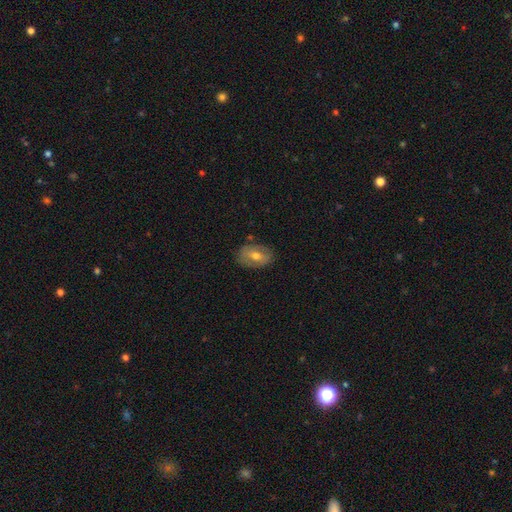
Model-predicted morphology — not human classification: Smooth or featured: smooth — 53% (featured or disk — 40%)
How rounded: in between — 83% (round — 15%)
Merging: none — 79% (minor disturbance — 15%)